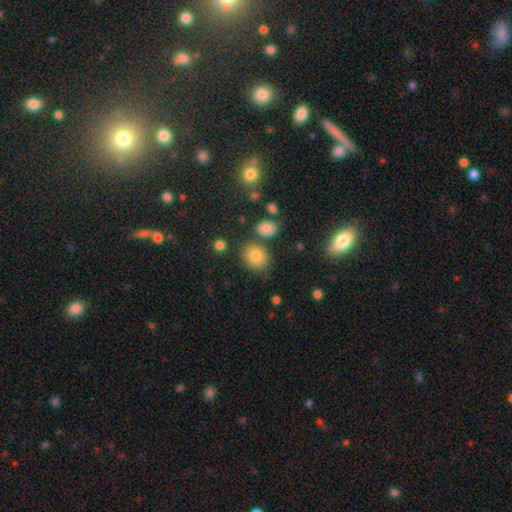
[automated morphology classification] smooth-or-featured: smooth: 80% | star or artifact: 12% | featured or disk: 7%
  how-rounded: round: 64% | in between: 35% | cigar-shaped: 1%
  merging: none: 75% | minor disturbance: 12% | merger: 8% | major disturbance: 4%